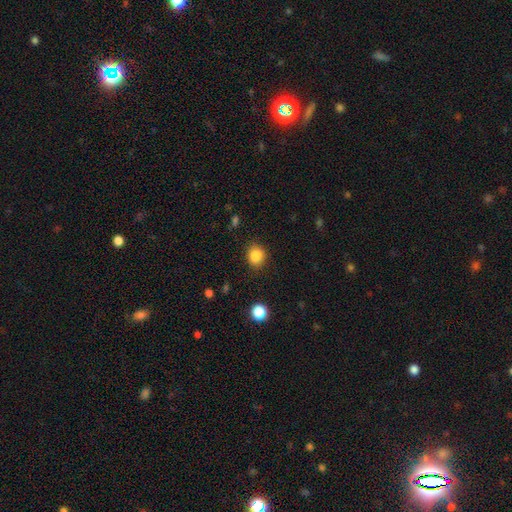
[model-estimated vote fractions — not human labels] Q: Smooth or featured?
A: smooth (85%); runner-up: star or artifact (11%)
Q: How rounded?
A: round (73%); runner-up: in between (26%)
Q: Merging?
A: none (81%); runner-up: minor disturbance (14%)